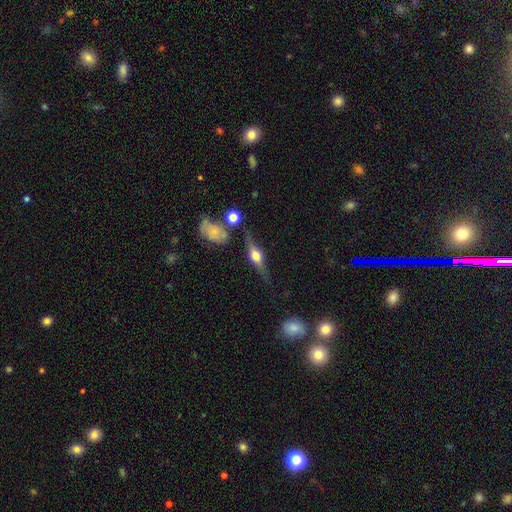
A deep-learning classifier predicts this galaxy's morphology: The model was most divided on "smooth or featured": featured or disk: 74%, smooth: 19%, star or artifact: 7%. More confident: edge-on disk — yes (94%); edge-on bulge — rounded (94%); merging — none (77%).